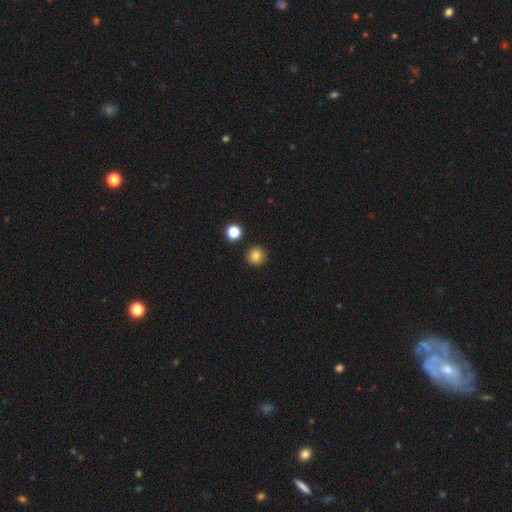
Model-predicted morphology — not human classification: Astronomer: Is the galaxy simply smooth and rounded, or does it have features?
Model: smooth — 82%.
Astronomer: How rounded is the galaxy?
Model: round — 95%.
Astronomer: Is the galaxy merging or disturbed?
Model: none — 91%.